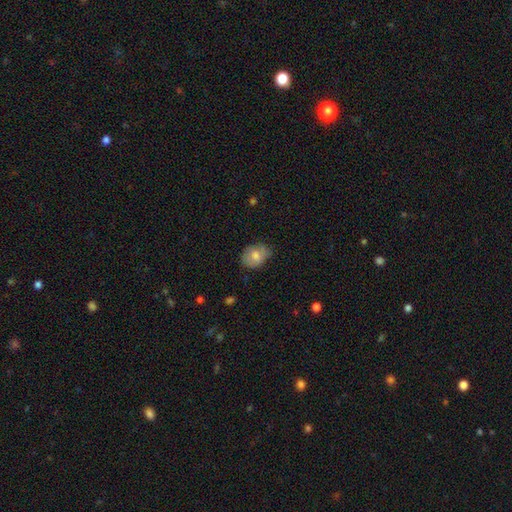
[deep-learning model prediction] A smooth galaxy with no disk features (69%) that is in between round and cigar-shaped (65%). Merging: none (72%).